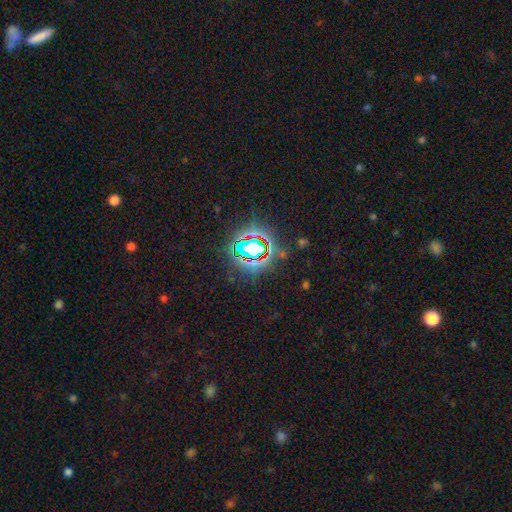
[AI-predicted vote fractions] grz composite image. It shows a star or artifact, not a galaxy (75%).